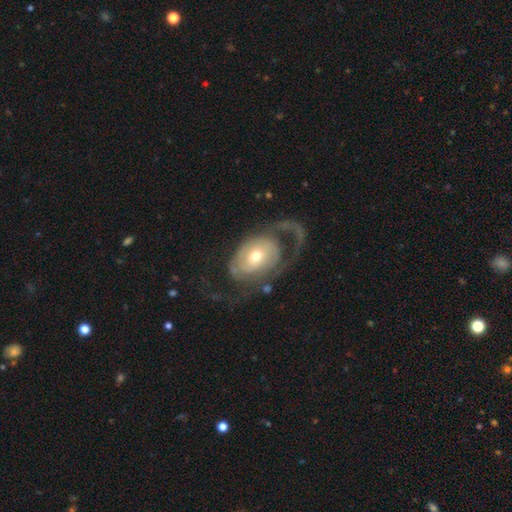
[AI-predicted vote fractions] Smooth or featured: featured or disk — 69% (smooth — 25%)
Edge-on disk: no — 95% (yes — 5%)
Bar: no — 75% (weak — 19%)
Spiral arms: yes — 72% (no — 28%)
Bulge size: moderate — 55% (small — 37%)
Merging: major disturbance — 48% (none — 35%)